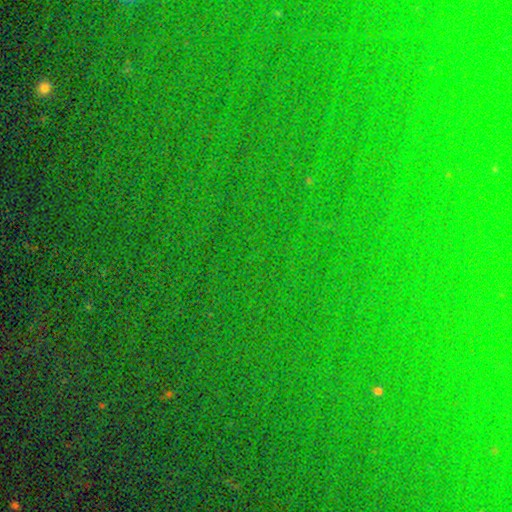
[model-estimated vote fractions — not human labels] Smooth or featured: star or artifact — 82% (smooth — 10%)